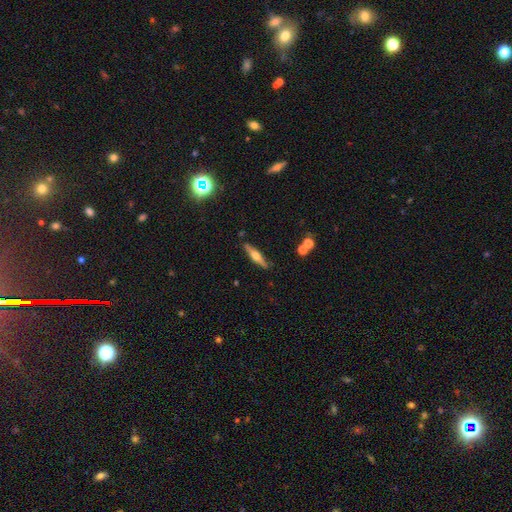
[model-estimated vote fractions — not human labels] featured or disk 62%, smooth 31%, star or artifact 7%. Down the decision tree: edge-on disk — yes (96%); edge-on bulge — rounded (92%); merging — none (87%).